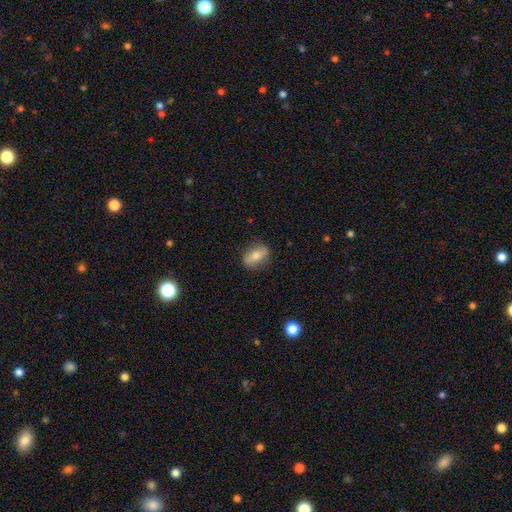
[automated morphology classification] This appears to be a smooth galaxy with no disk features (59%) that is in between round and cigar-shaped (72%). Merging: none (84%).